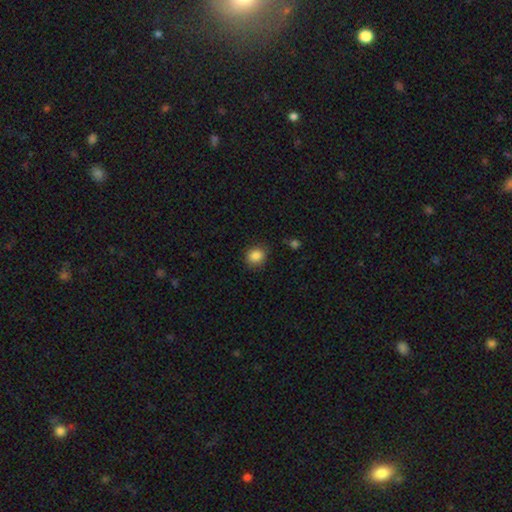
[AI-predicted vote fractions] smooth 86%, star or artifact 10%, featured or disk 4%. Down the decision tree: how rounded — round (77%); merging — none (84%).